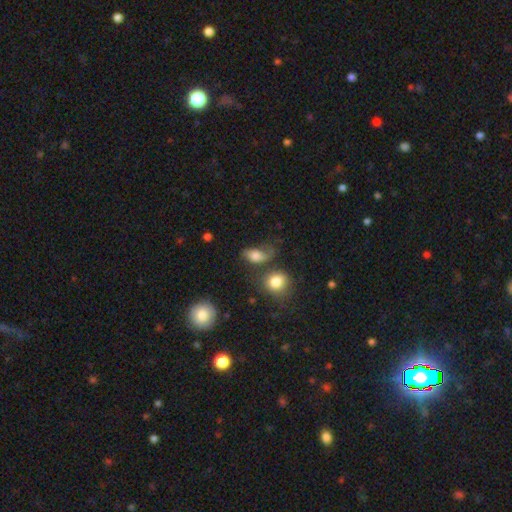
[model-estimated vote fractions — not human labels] A smooth galaxy with no disk features (69%) that is in between round and cigar-shaped (79%). Merging: none (35%).